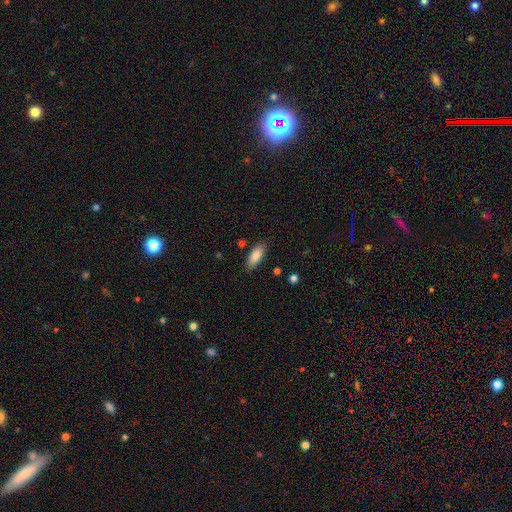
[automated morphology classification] The model was most divided on "how rounded": in between: 76%, cigar-shaped: 22%, round: 2%. More confident: merging — none (85%); smooth or featured — smooth (85%).